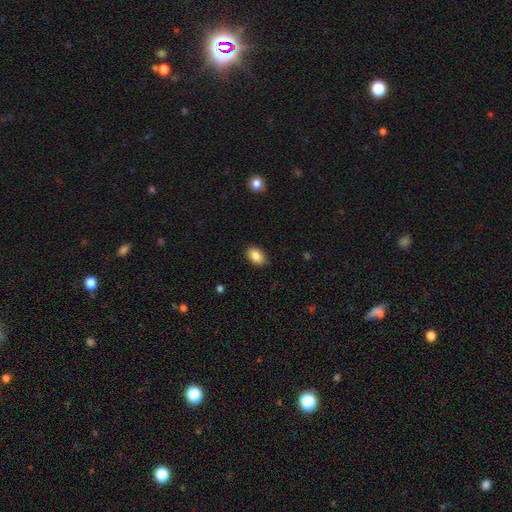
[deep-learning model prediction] A smooth galaxy with no disk features (88%) that is in between round and cigar-shaped (90%).

Vote fractions:
- Smooth or featured? smooth: 88% / star or artifact: 7% / featured or disk: 4%
- How rounded? in between: 90% / round: 9% / cigar-shaped: 1%
- Merging? none: 86% / minor disturbance: 11% / major disturbance: 2% / merger: 1%